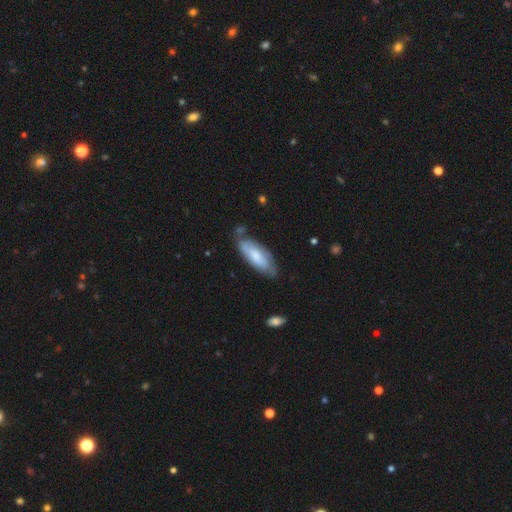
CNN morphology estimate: smooth_or_featured: smooth (p=0.53) [alt: featured or disk p=0.41]
how_rounded: in between (p=0.72) [alt: cigar-shaped p=0.26]
merging: none (p=0.64) [alt: minor disturbance p=0.25]